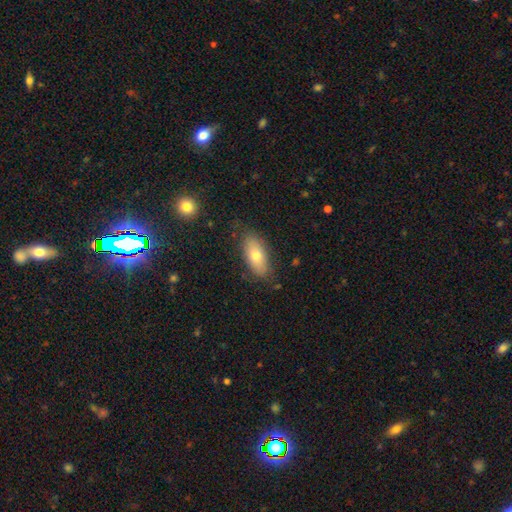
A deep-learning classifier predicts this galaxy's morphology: The model was most divided on "smooth or featured": smooth: 73%, featured or disk: 20%, star or artifact: 7%. More confident: how rounded — in between (85%); merging — none (80%).